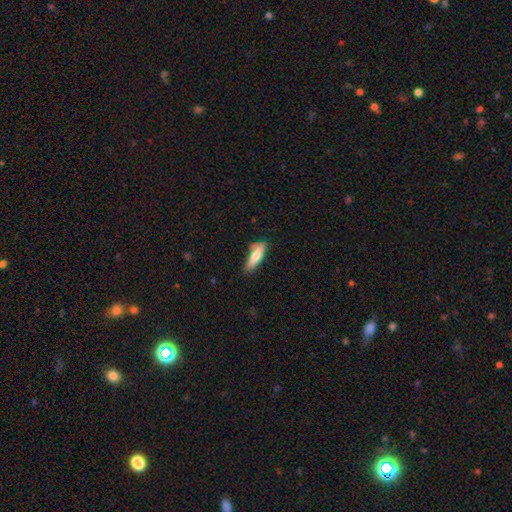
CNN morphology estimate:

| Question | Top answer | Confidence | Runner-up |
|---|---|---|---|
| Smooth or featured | smooth | 67% | featured or disk (28%) |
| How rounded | cigar-shaped | 54% | in between (44%) |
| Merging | none | 63% | minor disturbance (25%) |